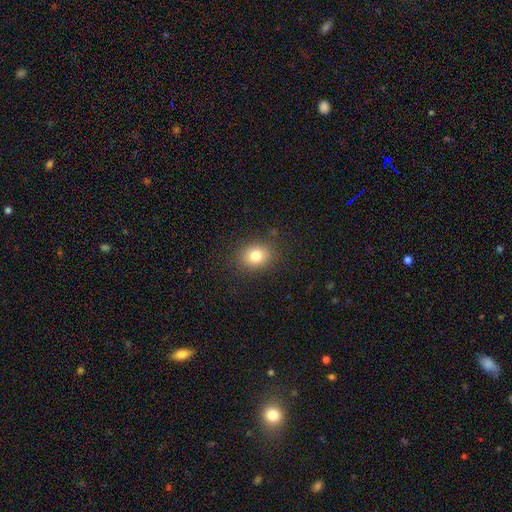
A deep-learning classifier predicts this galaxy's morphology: A smooth galaxy with no disk features (80%) that is round (59%).

Vote fractions:
- Smooth or featured? smooth: 80% / star or artifact: 12% / featured or disk: 8%
- How rounded? round: 59% / in between: 40% / cigar-shaped: 1%
- Merging? none: 87% / minor disturbance: 9% / major disturbance: 3% / merger: 1%